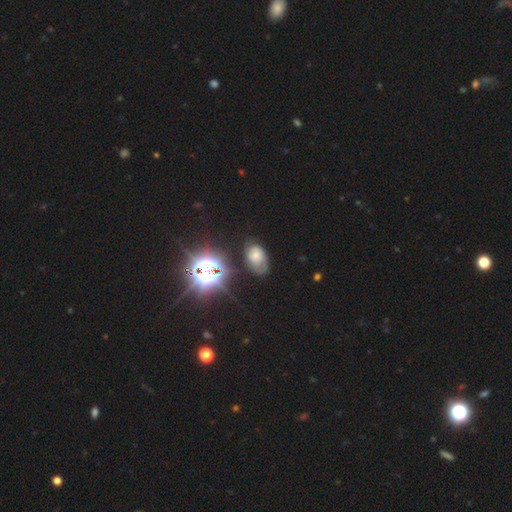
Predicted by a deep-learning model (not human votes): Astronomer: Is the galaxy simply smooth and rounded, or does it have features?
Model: smooth — 53%.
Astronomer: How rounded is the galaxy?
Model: in between — 84%.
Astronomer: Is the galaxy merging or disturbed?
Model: none — 54%.